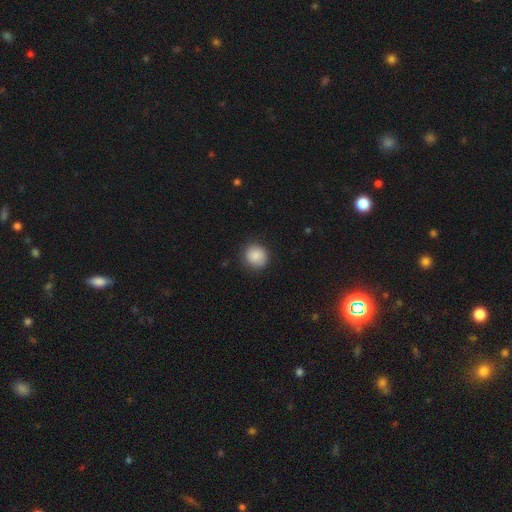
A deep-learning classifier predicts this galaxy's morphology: A smooth galaxy with no disk features (88%) that is round (87%).

Vote fractions:
- Smooth or featured? smooth: 88% / star or artifact: 8% / featured or disk: 4%
- How rounded? round: 87% / in between: 12% / cigar-shaped: 1%
- Merging? none: 87% / minor disturbance: 9% / major disturbance: 3% / merger: 1%